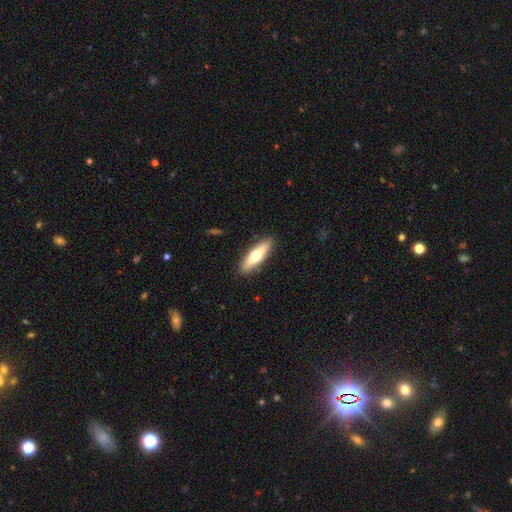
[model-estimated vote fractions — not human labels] Smooth or featured?
  - smooth: 59% *
  - featured or disk: 35%
  - star or artifact: 5%
How rounded?
  - cigar-shaped: 59% *
  - in between: 39%
  - round: 2%
Merging?
  - none: 89% *
  - minor disturbance: 8%
  - major disturbance: 2%
  - merger: 1%